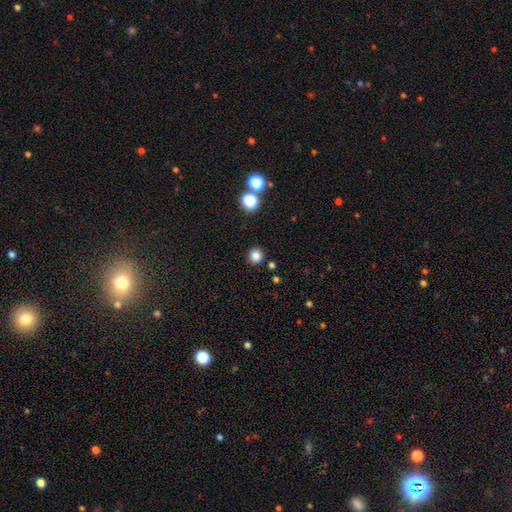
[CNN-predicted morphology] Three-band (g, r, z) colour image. It shows a smooth galaxy with no disk features (83%) that is round (95%). Merging: none (89%).